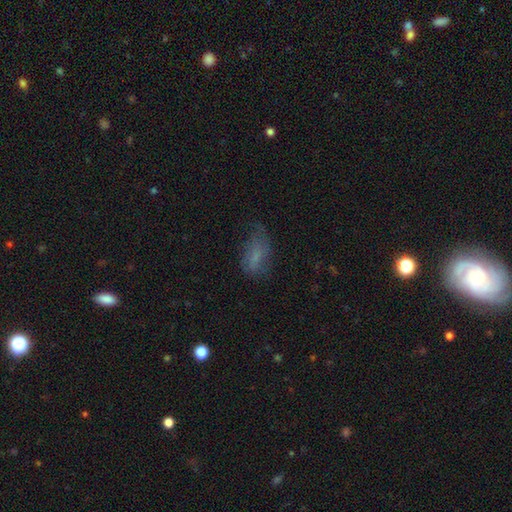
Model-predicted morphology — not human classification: type=smooth (62%); roundness=in between (87%); merging=none (45%).